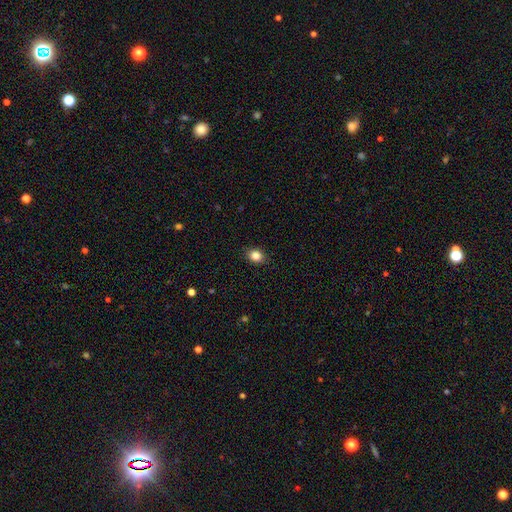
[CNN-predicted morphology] Q: Smooth or featured?
A: smooth (84%); runner-up: star or artifact (10%)
Q: How rounded?
A: round (53%); runner-up: in between (46%)
Q: Merging?
A: none (89%); runner-up: minor disturbance (8%)